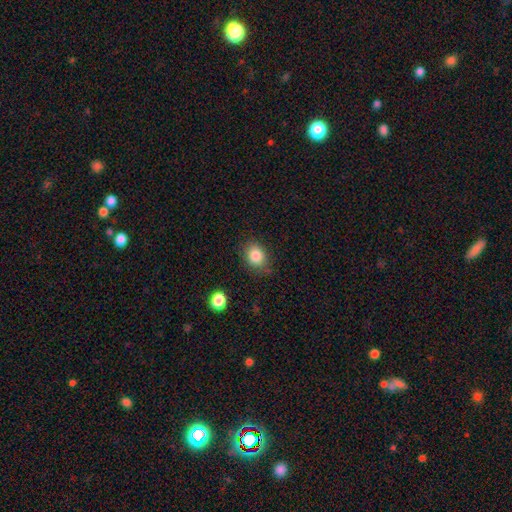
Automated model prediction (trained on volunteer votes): Smooth or featured? Predicted: smooth (p=0.84). How rounded? Predicted: in between (p=0.50). Merging? Predicted: none (p=0.79).